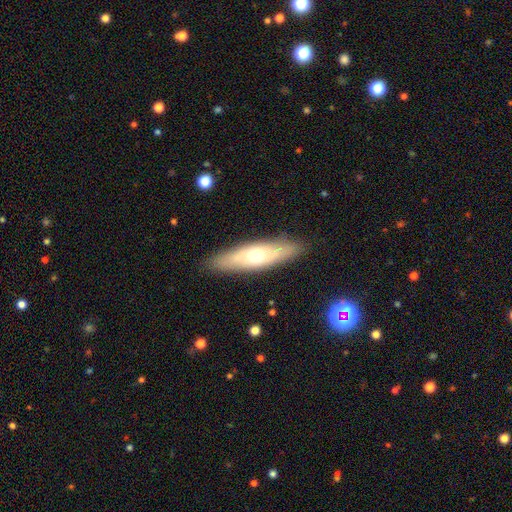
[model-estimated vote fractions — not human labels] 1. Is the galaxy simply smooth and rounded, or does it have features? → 49% smooth, 45% featured or disk, 6% star or artifact.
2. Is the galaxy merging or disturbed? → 87% none, 9% minor disturbance, 2% major disturbance, 1% merger.